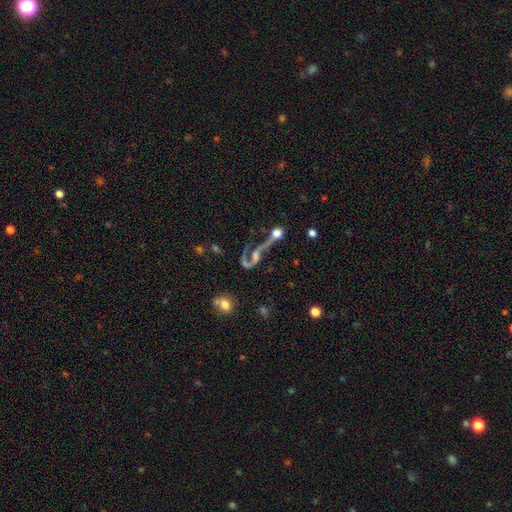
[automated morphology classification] smooth_or_featured: featured or disk (p=0.72) [alt: smooth p=0.15]
disk_edge_on: no (p=0.89) [alt: yes p=0.11]
bar: no (p=0.55) [alt: weak p=0.29]
has_spiral_arms: yes (p=0.79) [alt: no p=0.21]
spiral_winding: loose (p=0.77) [alt: medium p=0.17]
spiral_arm_count: 2 (p=0.64) [alt: 1 p=0.26]
bulge_size: small (p=0.34) [alt: moderate p=0.30]
merging: merger (p=0.34) [alt: major disturbance p=0.33]